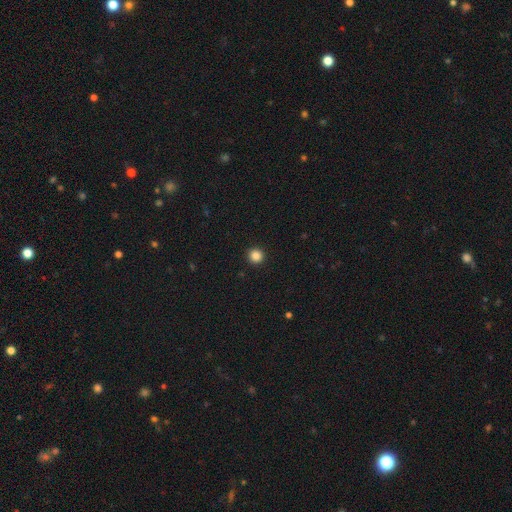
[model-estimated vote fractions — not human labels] smooth 86%, star or artifact 11%, featured or disk 3%. Down the decision tree: how rounded — round (95%); merging — none (94%).